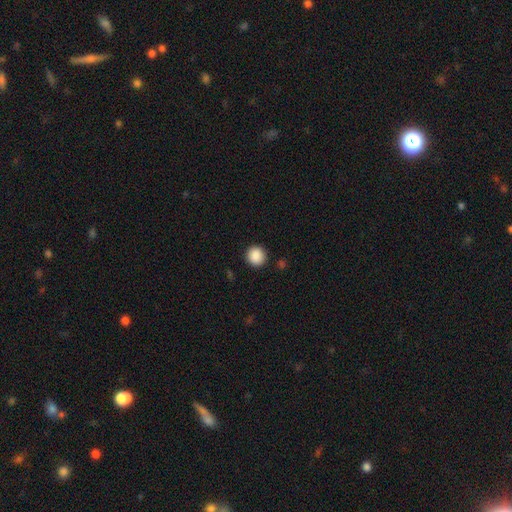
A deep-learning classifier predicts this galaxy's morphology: Overall: smooth (89%). How rounded: round (92%). Merging: none (91%).